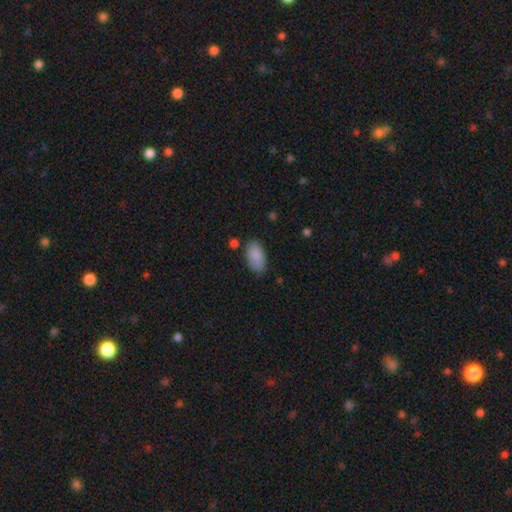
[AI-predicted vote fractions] This is clearly a smooth galaxy (88%). How rounded: clearly in between (94%). Merging: likely none (78%).